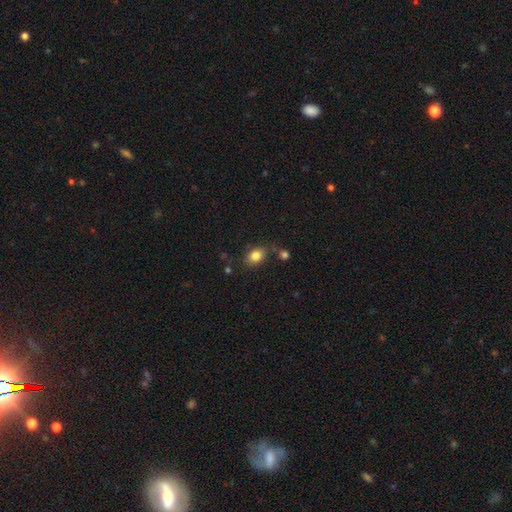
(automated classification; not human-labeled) This is clearly a smooth galaxy (83%). How rounded: likely in between (72%). Merging: likely none (74%).